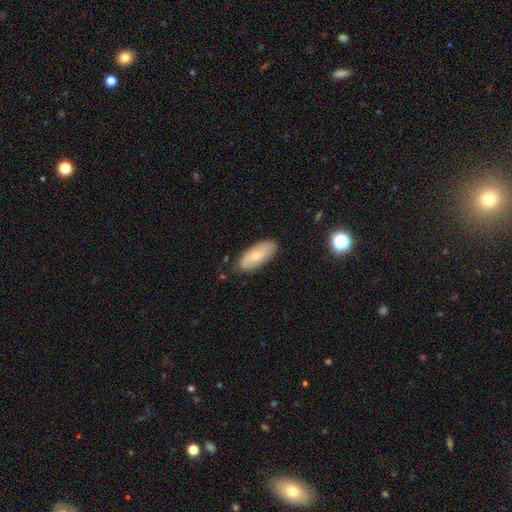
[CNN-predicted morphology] A smooth galaxy with no disk features (66%) that is in between round and cigar-shaped (86%). Merging: none (83%).